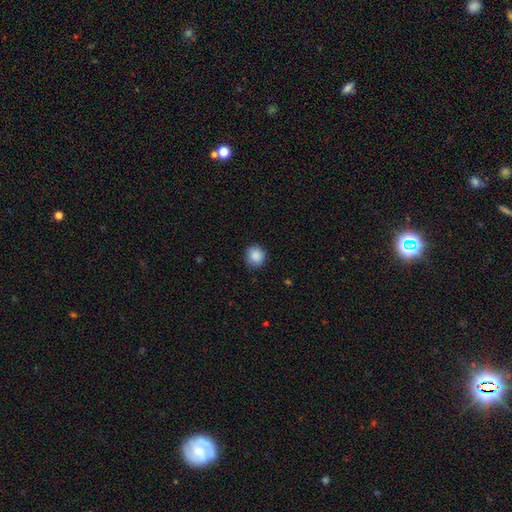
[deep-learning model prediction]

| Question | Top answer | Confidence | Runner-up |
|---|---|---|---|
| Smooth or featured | smooth | 88% | star or artifact (8%) |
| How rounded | round | 85% | in between (14%) |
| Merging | none | 85% | minor disturbance (12%) |